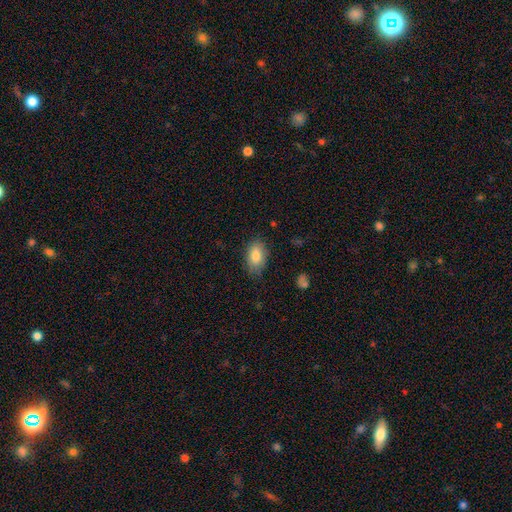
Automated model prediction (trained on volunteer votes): The model was most divided on "merging": none: 78%, minor disturbance: 17%, major disturbance: 4%, merger: 1%. More confident: how rounded — in between (91%); smooth or featured — smooth (84%).